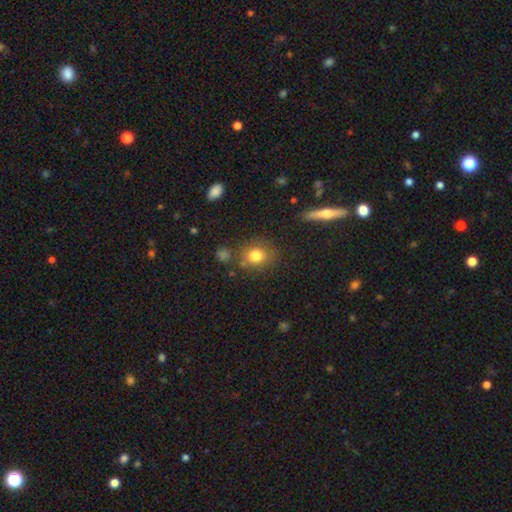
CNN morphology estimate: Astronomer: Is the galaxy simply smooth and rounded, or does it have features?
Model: smooth — 80%.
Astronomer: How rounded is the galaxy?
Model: round — 64%.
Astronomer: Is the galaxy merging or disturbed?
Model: none — 74%.